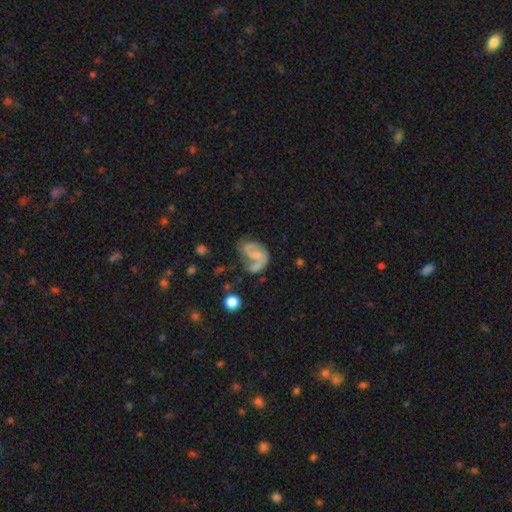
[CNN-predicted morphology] Overall: featured or disk (72%). Edge-on disk: no (98%). Bar: no (45%; weak 41%). Spiral arms: yes (87%). Spiral arm count: 2 (68%). Spiral winding: medium (45%; loose 34%). Bulge size: small (43%; none 30%). Merging: none (41%; major disturbance 26%).